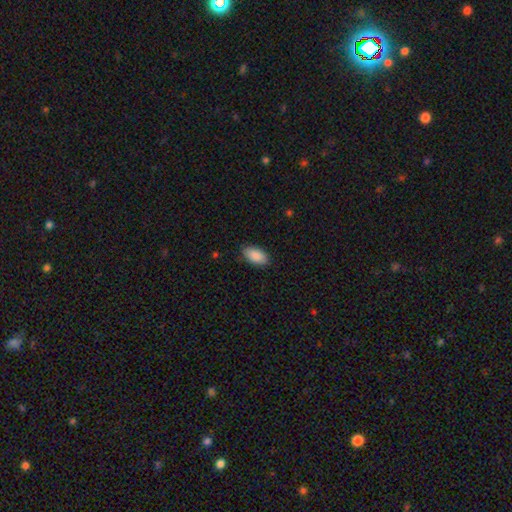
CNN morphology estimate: This is clearly a smooth galaxy (89%). How rounded: clearly in between (94%). Merging: clearly none (86%).